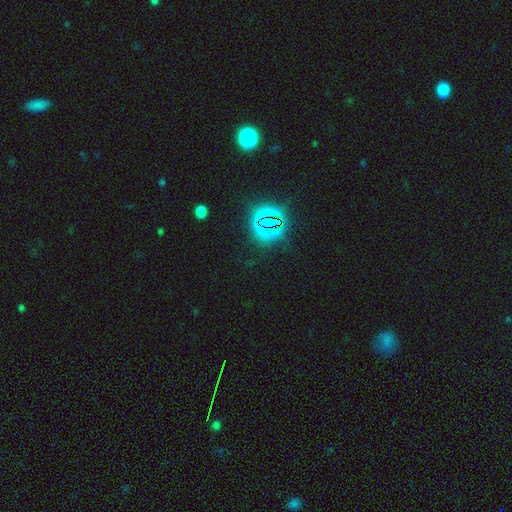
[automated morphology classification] This is clearly a star or artifact rather than a galaxy (81%).